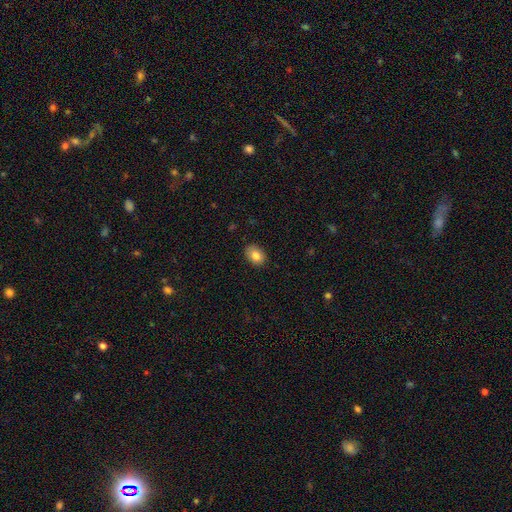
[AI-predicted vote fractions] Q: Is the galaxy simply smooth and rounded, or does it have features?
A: smooth — 82%.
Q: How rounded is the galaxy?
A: in between — 73%.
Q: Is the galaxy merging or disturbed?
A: none — 87%.